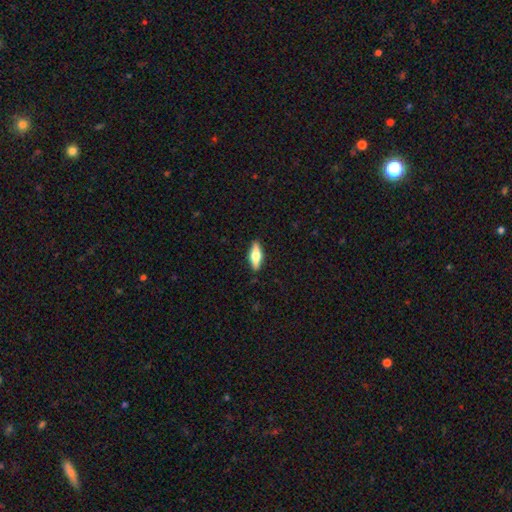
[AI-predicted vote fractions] Q: Smooth or featured?
A: smooth (53%); runner-up: featured or disk (41%)
Q: How rounded?
A: in between (56%); runner-up: cigar-shaped (41%)
Q: Merging?
A: none (89%); runner-up: minor disturbance (8%)